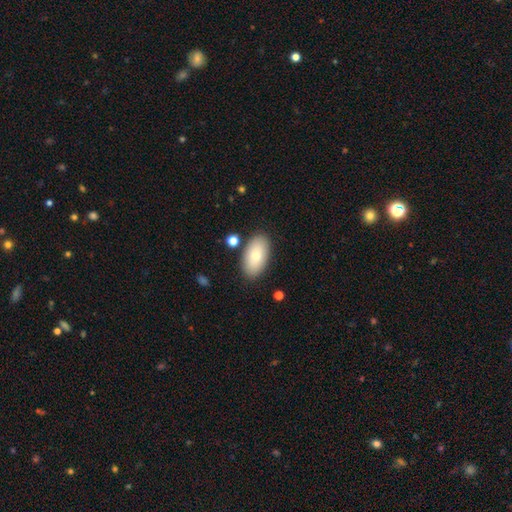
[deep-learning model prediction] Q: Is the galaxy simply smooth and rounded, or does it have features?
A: smooth — 75%.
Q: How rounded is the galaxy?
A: in between — 94%.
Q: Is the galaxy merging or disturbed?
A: none — 85%.